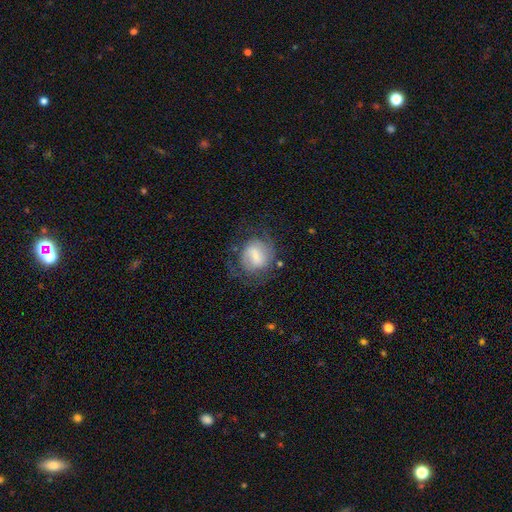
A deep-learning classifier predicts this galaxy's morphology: A featured or disk galaxy (56%) with a weak bar (51%), spiral arms (77%) and a small central bulge (47%).

Vote fractions:
- Smooth or featured? featured or disk: 56% / smooth: 36% / star or artifact: 8%
- Edge-on disk? no: 97% / yes: 3%
- Bar? weak: 51% / strong: 25% / no: 24%
- Spiral arms? yes: 77% / no: 23%
- Bulge size? small: 47% / moderate: 27% / none: 13% / large: 10% / dominant: 3%
- Merging? none: 58% / minor disturbance: 20% / major disturbance: 20% / merger: 3%